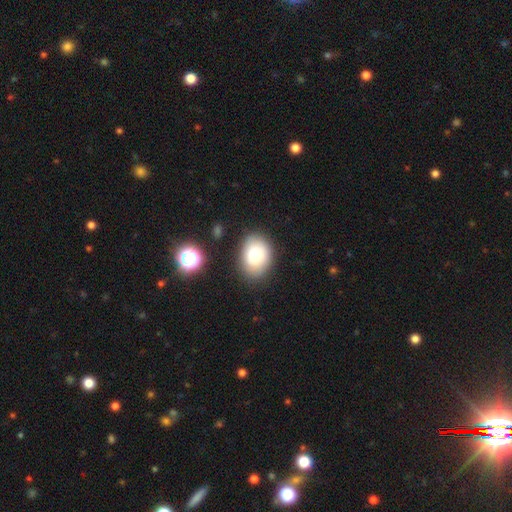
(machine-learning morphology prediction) Smooth or featured? Predicted: smooth (p=0.80). How rounded? Predicted: in between (p=0.69). Merging? Predicted: none (p=0.83).